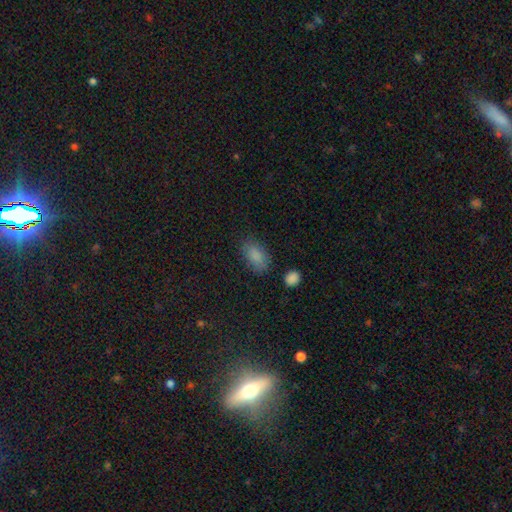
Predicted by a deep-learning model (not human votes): smooth 86%, star or artifact 9%, featured or disk 6%. Down the decision tree: how rounded — in between (91%); merging — none (78%).